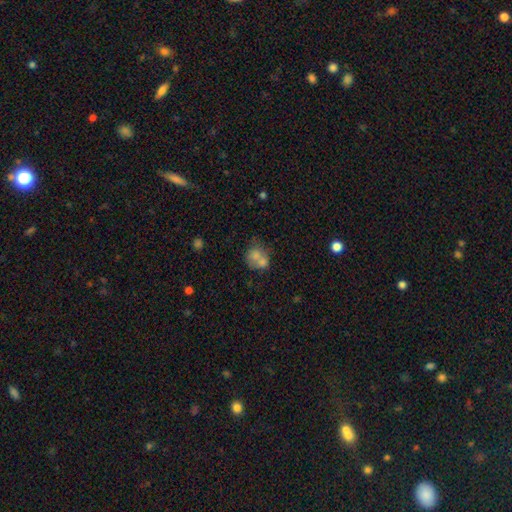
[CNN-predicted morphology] Q: Smooth or featured?
A: smooth (65%); runner-up: featured or disk (22%)
Q: How rounded?
A: round (67%); runner-up: in between (32%)
Q: Merging?
A: merger (52%); runner-up: none (32%)